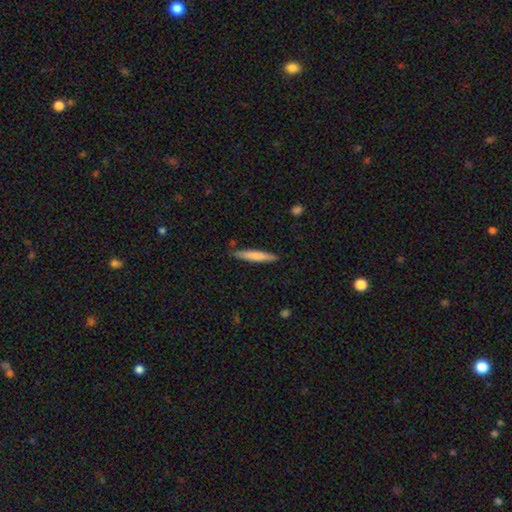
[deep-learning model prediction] smooth_or_featured: smooth (p=0.74) [alt: featured or disk p=0.21]
how_rounded: cigar-shaped (p=0.93) [alt: in between p=0.06]
merging: none (p=0.85) [alt: minor disturbance p=0.11]